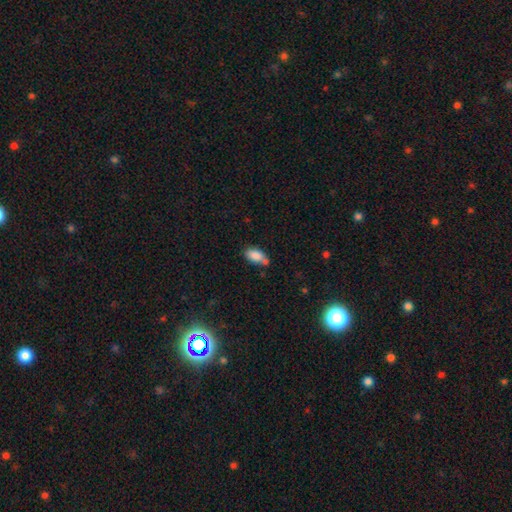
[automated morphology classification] This appears to be a smooth galaxy with no disk features (84%) that is in between round and cigar-shaped (91%). Merging: none (50%).